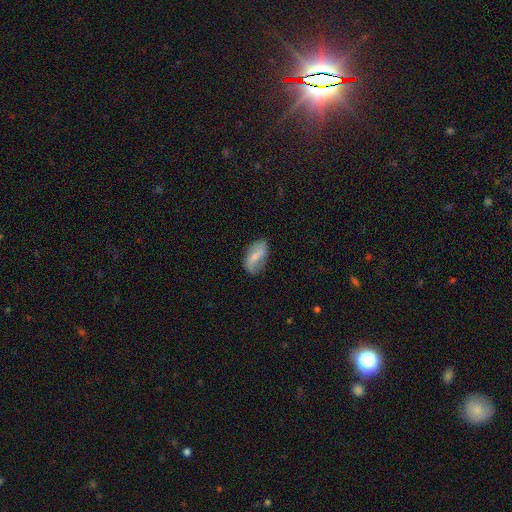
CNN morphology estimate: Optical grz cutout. It shows a smooth galaxy with no disk features (49%). Merging: none (71%).